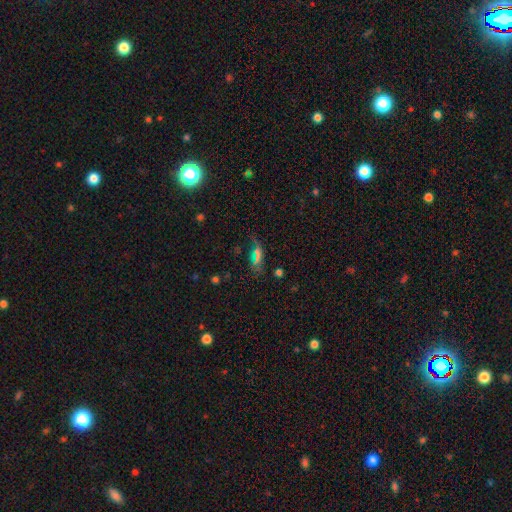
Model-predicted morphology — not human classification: smooth_or_featured: smooth (p=0.42) [alt: star or artifact p=0.32]
merging: none (p=0.58) [alt: minor disturbance p=0.21]